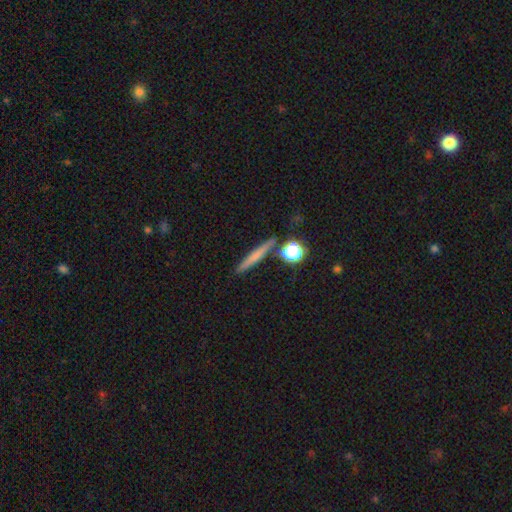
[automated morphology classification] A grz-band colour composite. It shows a smooth galaxy with no disk features (59%) that is cigar-shaped (87%). Merging: none (85%).